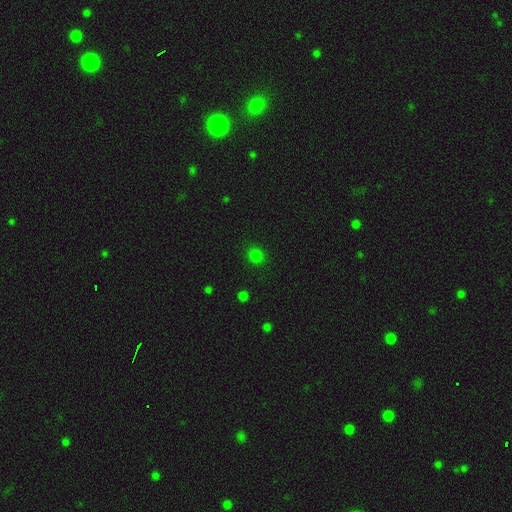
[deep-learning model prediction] Overall: smooth (79%). How rounded: round (84%). Merging: none (89%).